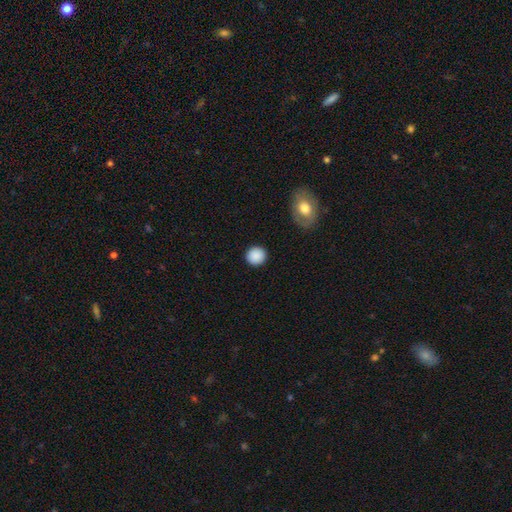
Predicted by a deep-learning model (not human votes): Smooth or featured? Predicted: smooth (p=0.89). How rounded? Predicted: round (p=0.91). Merging? Predicted: none (p=0.91).